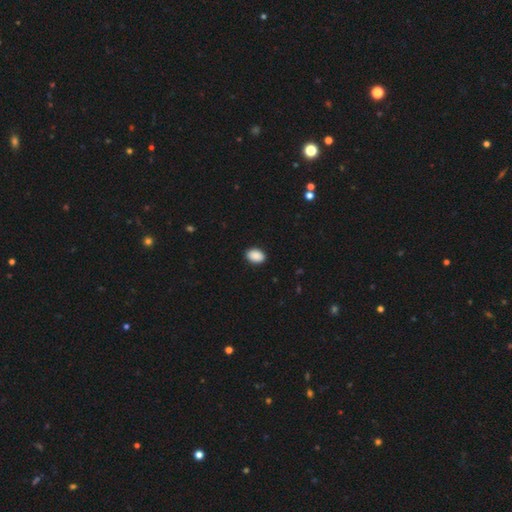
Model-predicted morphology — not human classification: type=smooth (90%); roundness=in between (85%); merging=none (90%).